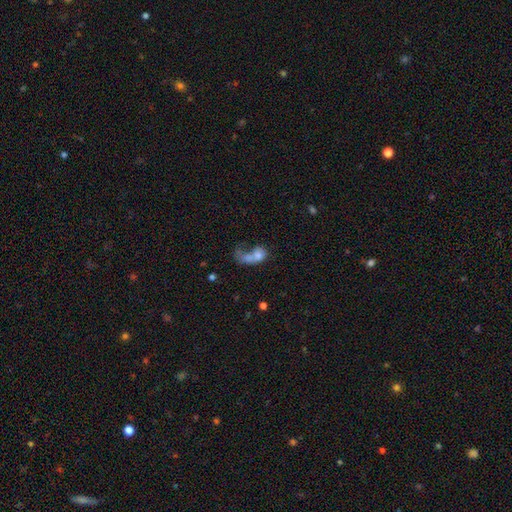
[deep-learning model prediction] Smooth or featured? Predicted: smooth (p=0.61). How rounded? Predicted: in between (p=0.70). Merging? Predicted: merger (p=0.41).